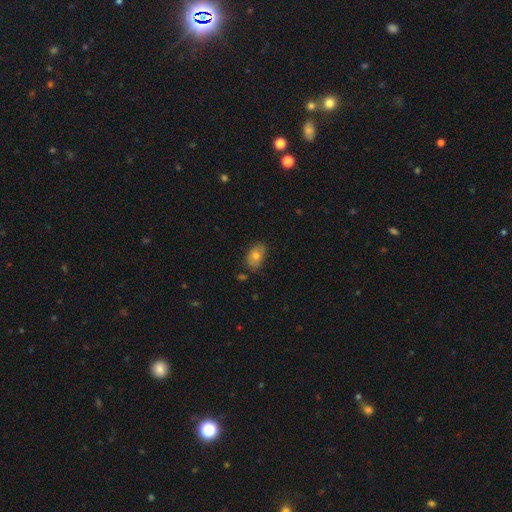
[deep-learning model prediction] smooth_or_featured: smooth (p=0.72) [alt: featured or disk p=0.20]
how_rounded: in between (p=0.84) [alt: round p=0.14]
merging: none (p=0.73) [alt: minor disturbance p=0.21]